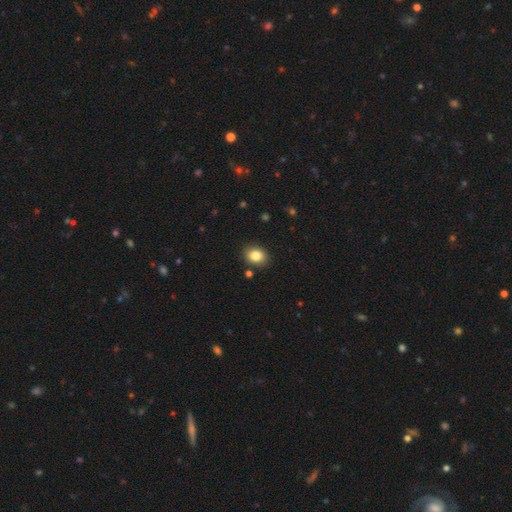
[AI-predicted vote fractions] Morphology: type=smooth (84%); roundness=in between (51%); merging=none (87%).